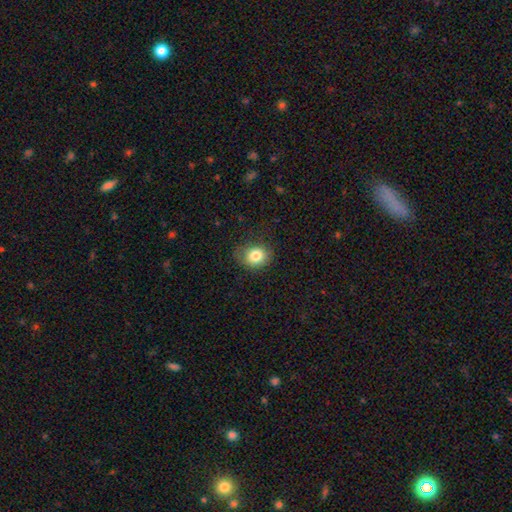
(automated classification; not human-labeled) This appears to be a smooth galaxy with no disk features (82%) that is round (58%). Merging: none (74%).